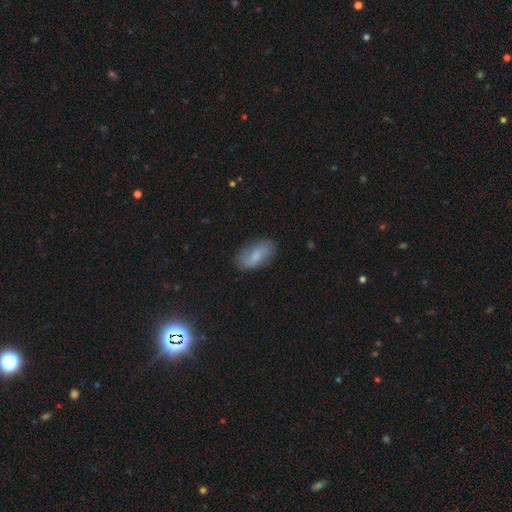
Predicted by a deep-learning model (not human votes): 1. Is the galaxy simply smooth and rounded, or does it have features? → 71% smooth, 21% featured or disk, 8% star or artifact.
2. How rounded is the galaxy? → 90% in between, 7% cigar-shaped, 3% round.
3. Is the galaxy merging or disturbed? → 77% none, 17% minor disturbance, 4% major disturbance, 1% merger.